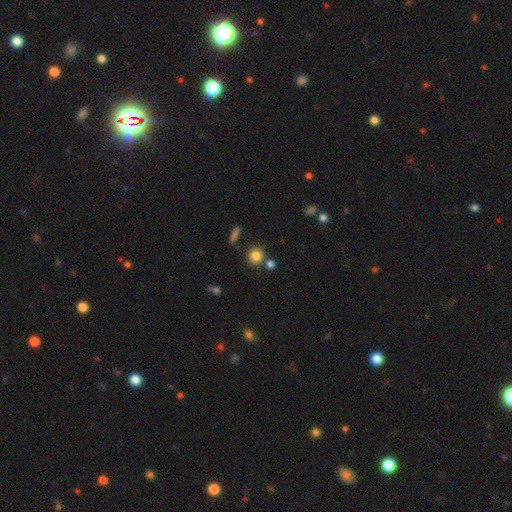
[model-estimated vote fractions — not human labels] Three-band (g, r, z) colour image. It shows a smooth galaxy with no disk features (81%) that is round (89%). Merging: none (76%).